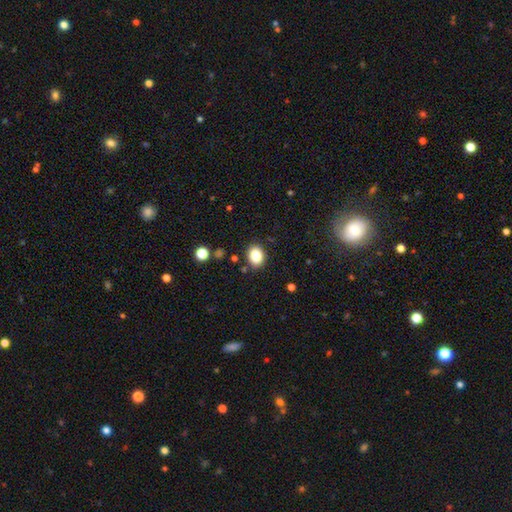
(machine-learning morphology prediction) smooth-or-featured: smooth: 84% | star or artifact: 10% | featured or disk: 6%
  how-rounded: in between: 57% | round: 43% | cigar-shaped: 1%
  merging: none: 87% | minor disturbance: 8% | major disturbance: 2% | merger: 2%